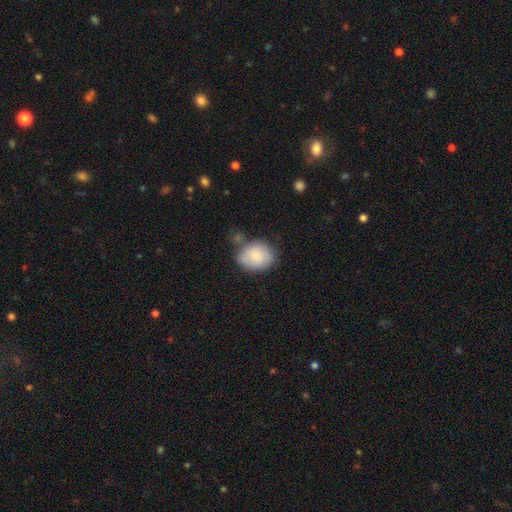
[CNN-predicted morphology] This is clearly a smooth galaxy (82%). How rounded: possibly round (51%). Merging: possibly none (54%).